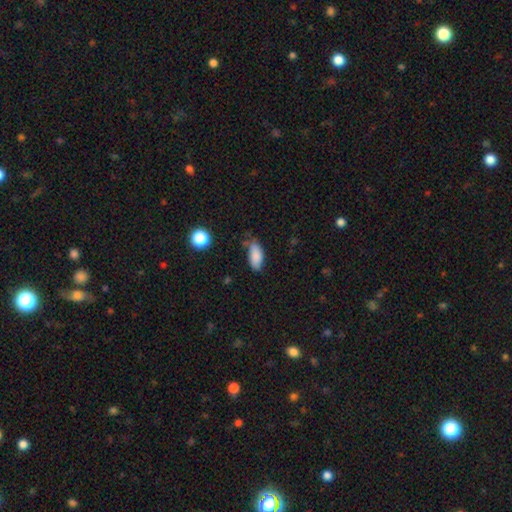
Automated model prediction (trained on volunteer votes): Smooth or featured? Predicted: smooth (p=0.84). How rounded? Predicted: in between (p=0.88). Merging? Predicted: none (p=0.57).